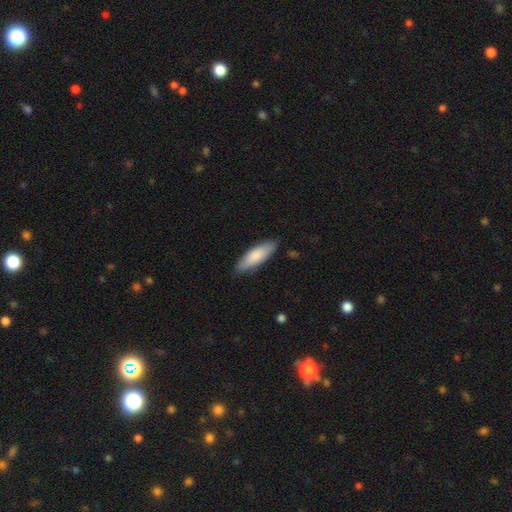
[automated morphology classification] Smooth or featured? Predicted: smooth (p=0.82). How rounded? Predicted: in between (p=0.55). Merging? Predicted: none (p=0.84).